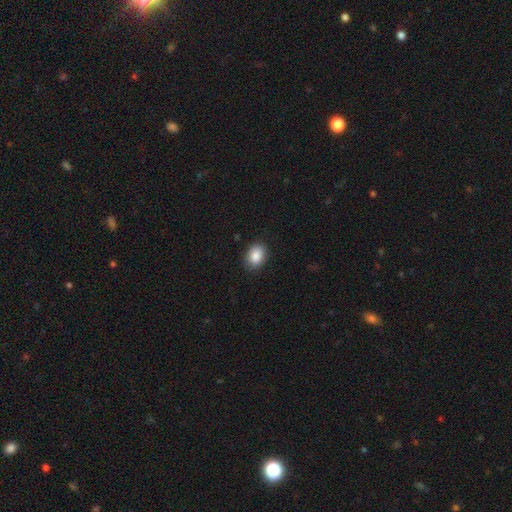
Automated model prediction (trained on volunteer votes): Smooth or featured: smooth — 87% (star or artifact — 8%)
How rounded: in between — 72% (round — 27%)
Merging: none — 87% (minor disturbance — 10%)